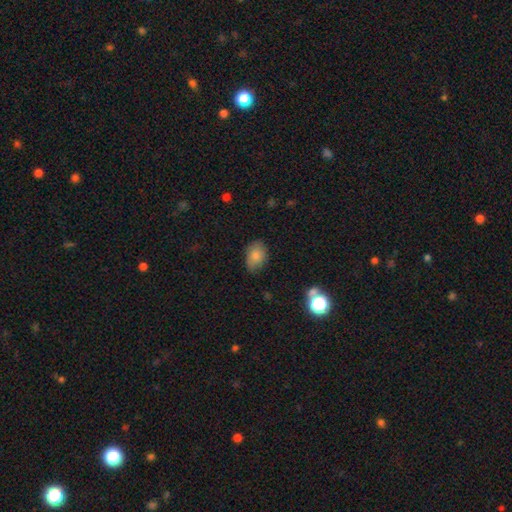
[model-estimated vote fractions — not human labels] This appears to be a smooth galaxy with no disk features (82%) that is in between round and cigar-shaped (82%). Merging: none (75%).